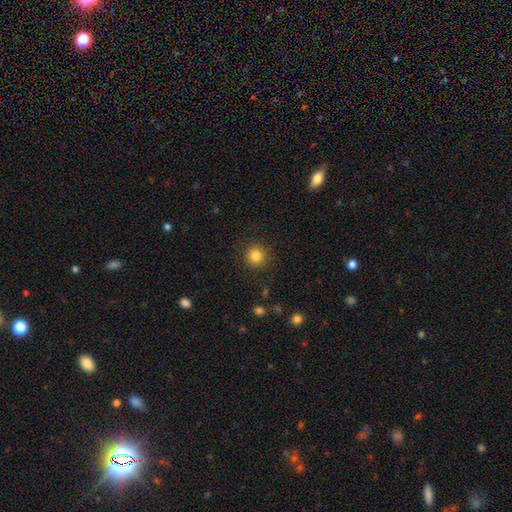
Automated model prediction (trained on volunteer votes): Morphology: type=smooth (84%); roundness=round (93%); merging=none (90%).